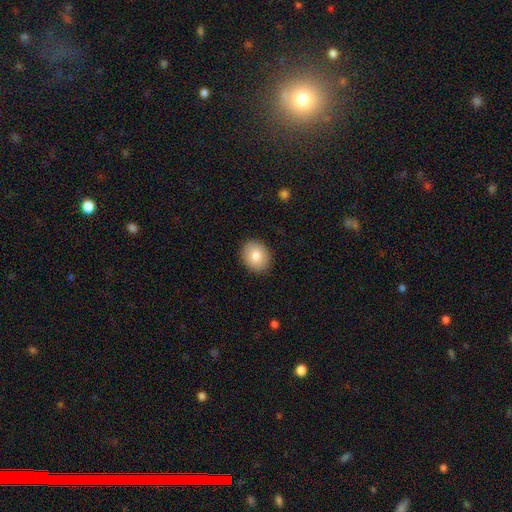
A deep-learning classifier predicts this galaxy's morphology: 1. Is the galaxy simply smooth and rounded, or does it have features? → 82% smooth, 10% featured or disk, 8% star or artifact.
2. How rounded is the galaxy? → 54% round, 45% in between, 1% cigar-shaped.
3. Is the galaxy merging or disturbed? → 90% none, 8% minor disturbance, 2% major disturbance, 1% merger.